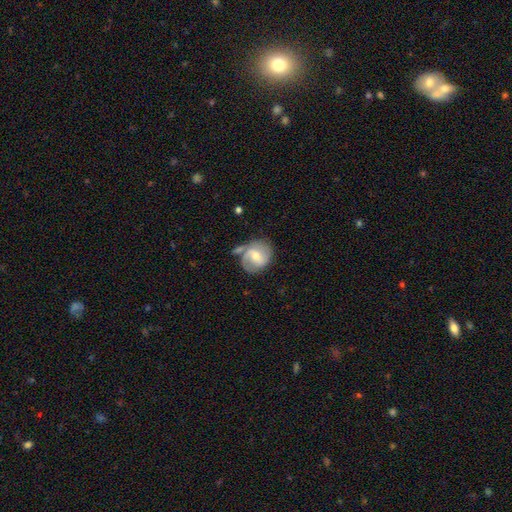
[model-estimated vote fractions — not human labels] This is likely a featured or disk galaxy (65%). It is clearly not viewed edge-on (97%). Bar: possibly weak (55%). Spiral arm pattern: clearly yes (87%). Spiral arm count: likely 2 (70%). Spiral winding: possibly medium (47%). Central bulge: possibly moderate (55%). Merging: possibly none (55%).